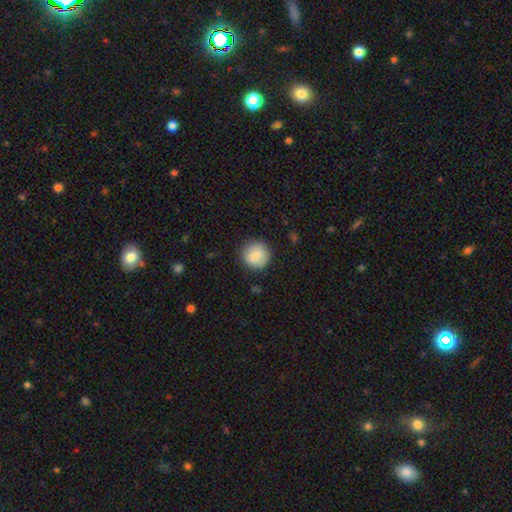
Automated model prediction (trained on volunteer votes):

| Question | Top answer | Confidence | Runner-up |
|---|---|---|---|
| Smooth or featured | smooth | 84% | featured or disk (9%) |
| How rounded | round | 93% | in between (6%) |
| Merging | none | 87% | minor disturbance (10%) |